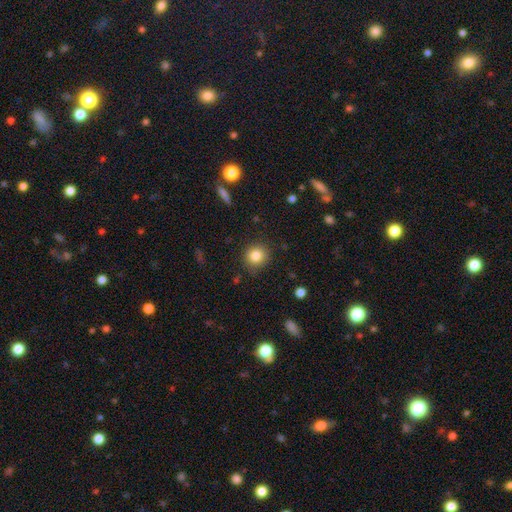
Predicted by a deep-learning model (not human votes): This appears to be a smooth galaxy with no disk features (84%) that is round (89%). Merging: none (86%).